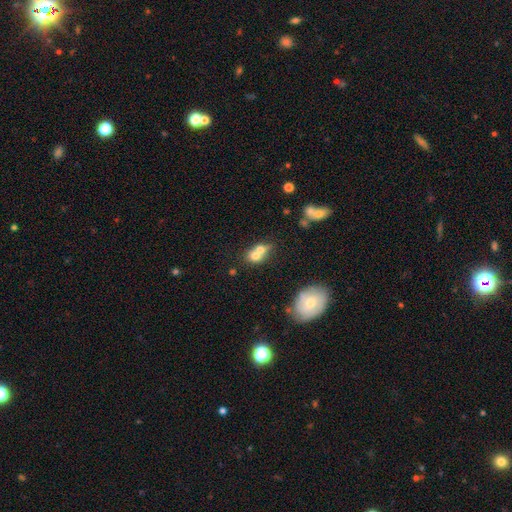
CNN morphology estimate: A smooth galaxy with no disk features (68%) that is round (56%).

Vote fractions:
- Smooth or featured? smooth: 68% / featured or disk: 21% / star or artifact: 11%
- How rounded? round: 56% / in between: 42% / cigar-shaped: 2%
- Merging? merger: 64% / none: 24% / minor disturbance: 7% / major disturbance: 4%